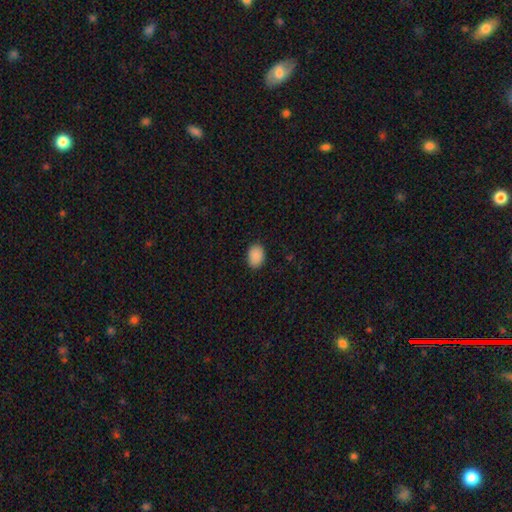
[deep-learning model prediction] Overall: smooth (90%). How rounded: in between (72%). Merging: none (88%).